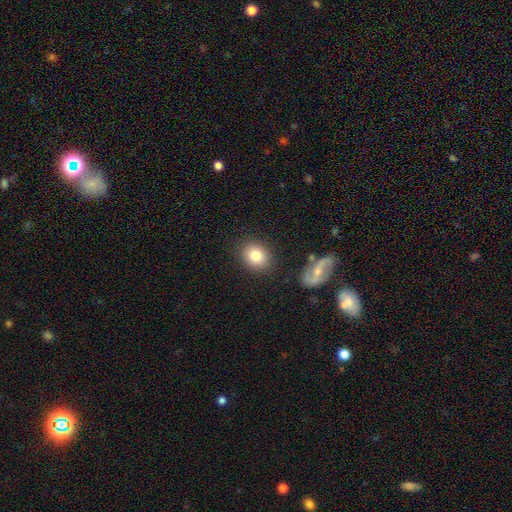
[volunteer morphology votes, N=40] Smooth or featured? smooth (82%)
How rounded? round (55%)
Merging? none (74%)